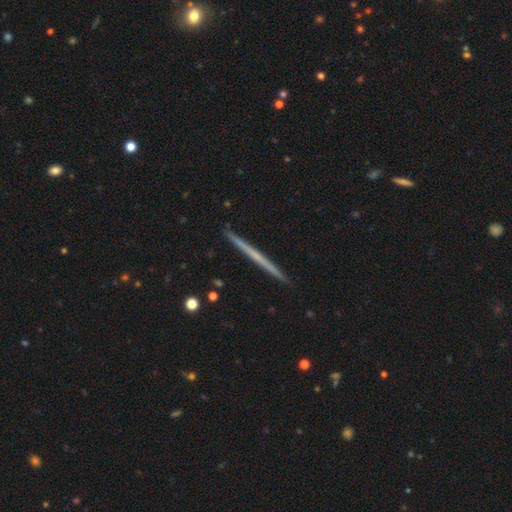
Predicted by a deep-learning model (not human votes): featured or disk 59%, smooth 36%, star or artifact 5%. Down the decision tree: edge-on disk — yes (98%); edge-on bulge — none (89%); merging — none (93%).